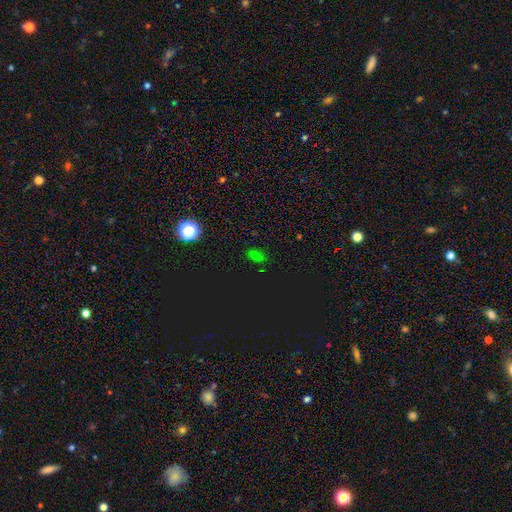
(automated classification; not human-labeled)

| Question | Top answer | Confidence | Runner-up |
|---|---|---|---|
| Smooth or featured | star or artifact | 50% | smooth (44%) |